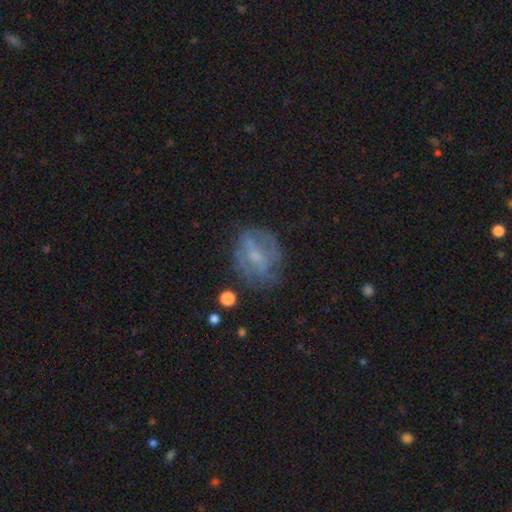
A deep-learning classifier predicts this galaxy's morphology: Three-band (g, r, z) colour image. It shows a featured or disk galaxy (54%) with no bar (44%), no spiral arms (55%) and a small central bulge (41%). Merging: none (58%).